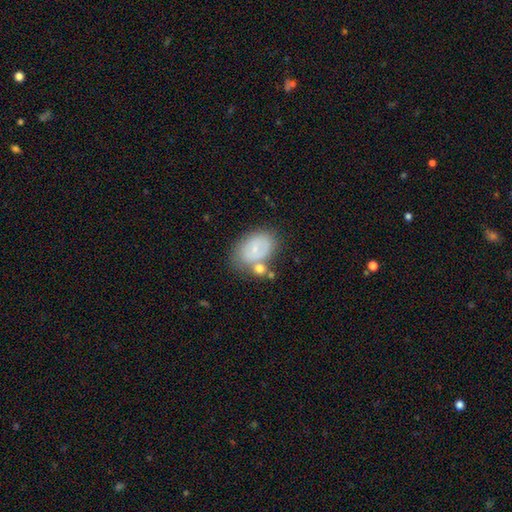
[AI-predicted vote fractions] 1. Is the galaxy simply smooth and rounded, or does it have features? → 54% smooth, 37% featured or disk, 9% star or artifact.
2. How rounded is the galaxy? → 82% in between, 17% round, 1% cigar-shaped.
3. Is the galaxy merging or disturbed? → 55% none, 21% minor disturbance, 16% merger, 8% major disturbance.